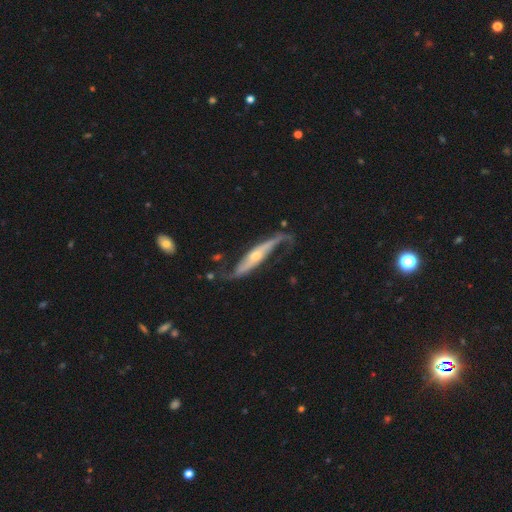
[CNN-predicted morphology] type=featured or disk (85%); edge-on=no (62%); bar=no (53%); spiral arms=yes (92%); bulge=small (50%); merging=none (57%).